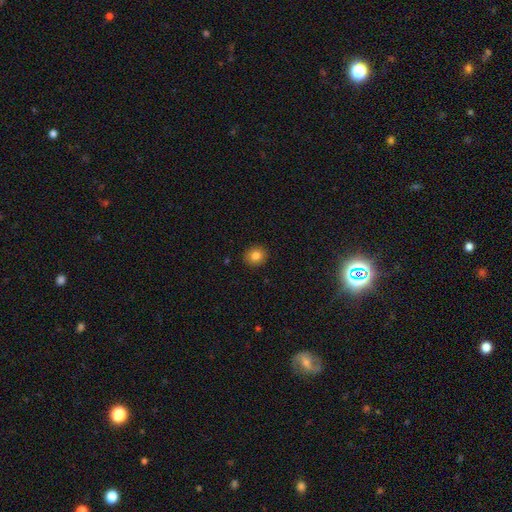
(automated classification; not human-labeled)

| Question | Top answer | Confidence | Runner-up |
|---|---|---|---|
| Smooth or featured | smooth | 83% | star or artifact (11%) |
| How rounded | round | 84% | in between (15%) |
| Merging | none | 91% | minor disturbance (6%) |